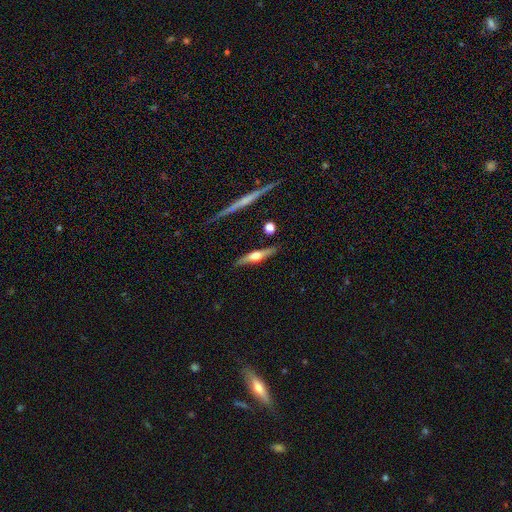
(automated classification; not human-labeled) This appears to be a featured or disk galaxy (63%) viewed edge-on (95%) with a rounded central bulge (90%). Merging: none (84%).